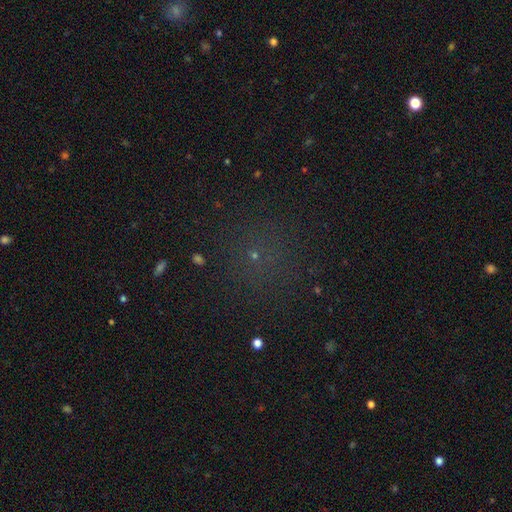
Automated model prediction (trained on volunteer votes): This is possibly a star or artifact rather than a galaxy (46%).